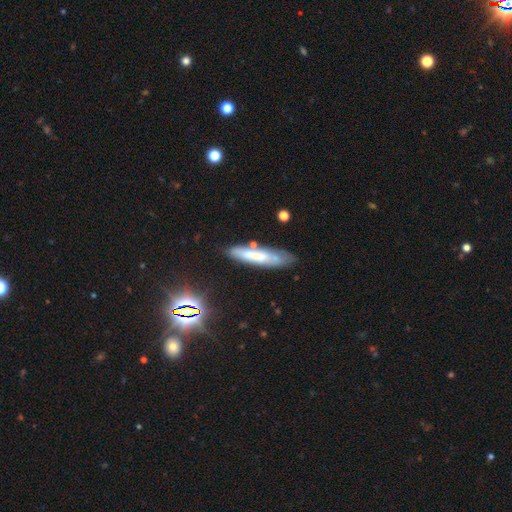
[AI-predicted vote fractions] smooth_or_featured: smooth (p=0.57) [alt: featured or disk p=0.32]
how_rounded: cigar-shaped (p=0.81) [alt: in between p=0.17]
merging: none (p=0.73) [alt: minor disturbance p=0.18]